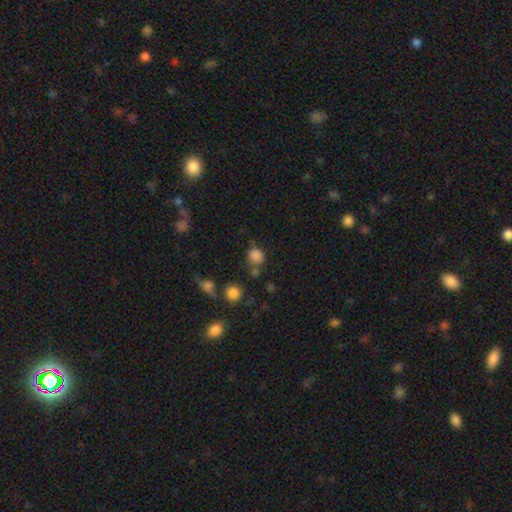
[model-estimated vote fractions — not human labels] Overall: smooth (79%). How rounded: round (75%). Merging: none (63%).